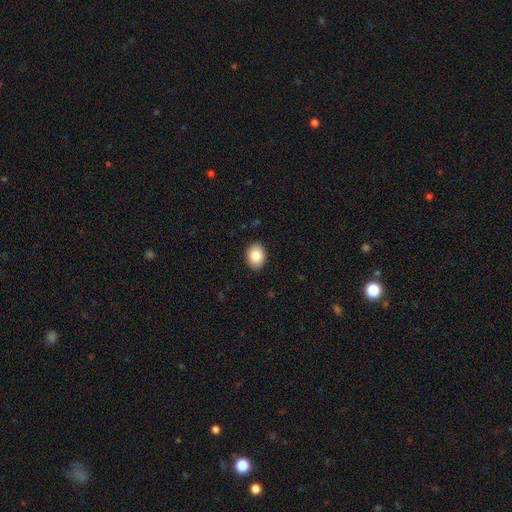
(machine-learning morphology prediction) This appears to be a smooth galaxy with no disk features (86%) that is in between round and cigar-shaped (68%). Merging: none (90%).